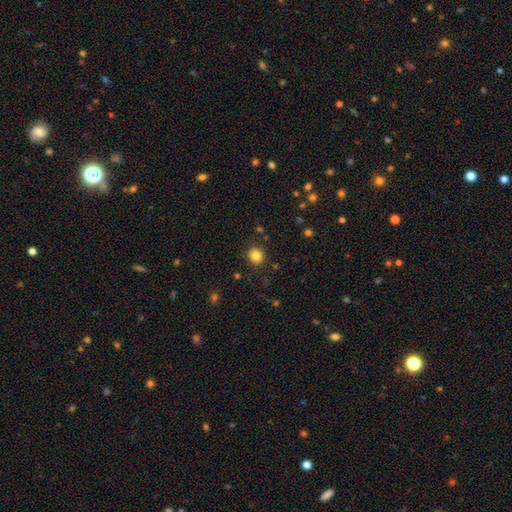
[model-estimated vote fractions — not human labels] Smooth or featured?
  - smooth: 84% *
  - star or artifact: 12%
  - featured or disk: 5%
How rounded?
  - round: 84% *
  - in between: 15%
  - cigar-shaped: 1%
Merging?
  - none: 89% *
  - minor disturbance: 7%
  - major disturbance: 3%
  - merger: 2%